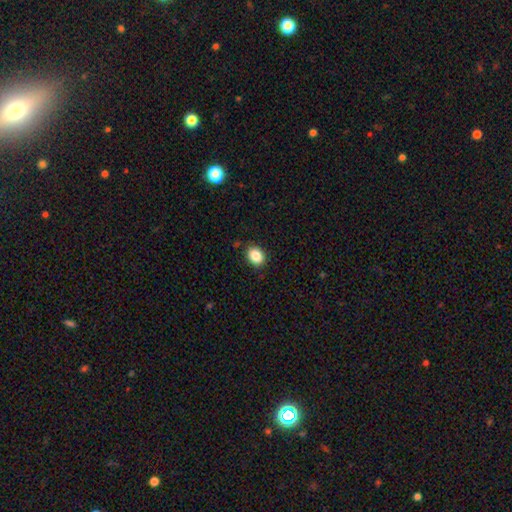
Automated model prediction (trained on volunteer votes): This appears to be a smooth galaxy with no disk features (86%) that is in between round and cigar-shaped (59%). Merging: none (86%).